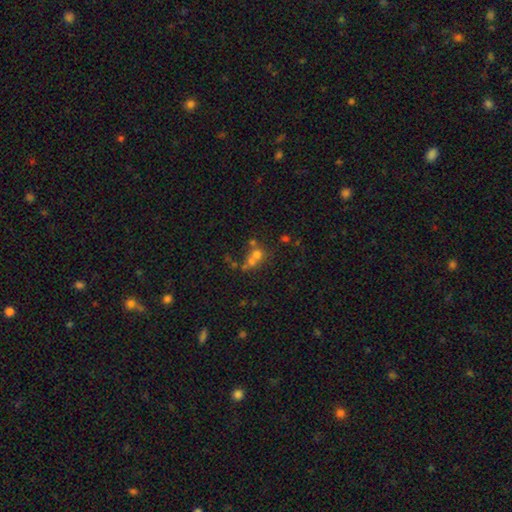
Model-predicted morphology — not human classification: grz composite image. It shows a smooth galaxy with no disk features (48%). Merging: merger (48%).